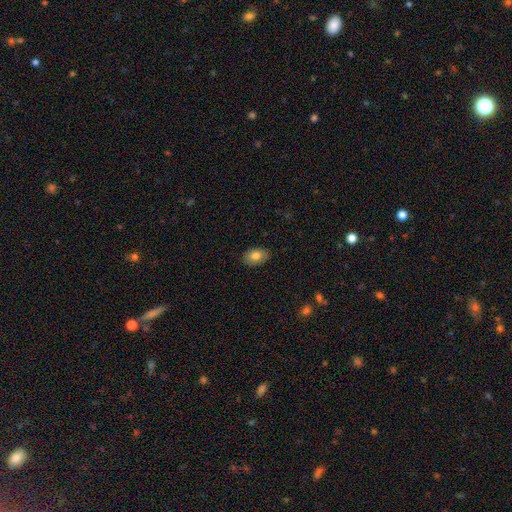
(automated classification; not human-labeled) Smooth or featured: smooth — 80% (featured or disk — 13%)
How rounded: in between — 87% (round — 12%)
Merging: none — 85% (minor disturbance — 12%)